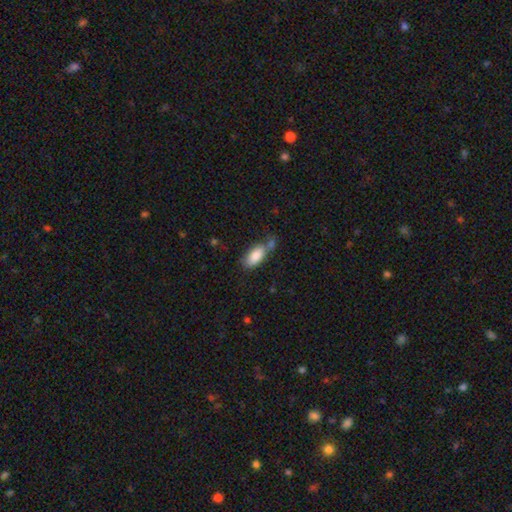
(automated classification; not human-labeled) Morphology: type=smooth (84%); roundness=in between (90%); merging=none (52%).